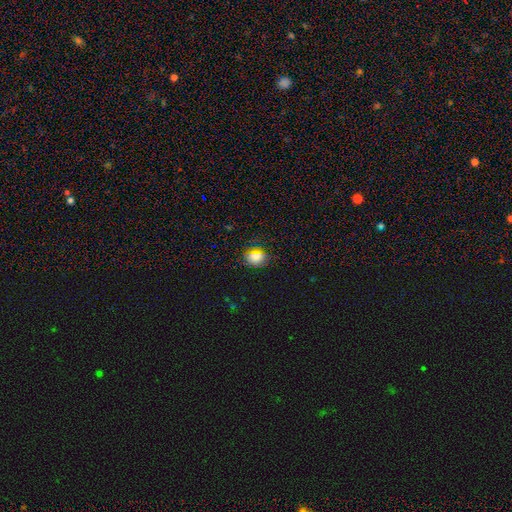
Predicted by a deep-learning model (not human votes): Smooth or featured? smooth (78%)
How rounded? round (53%)
Merging? none (82%)